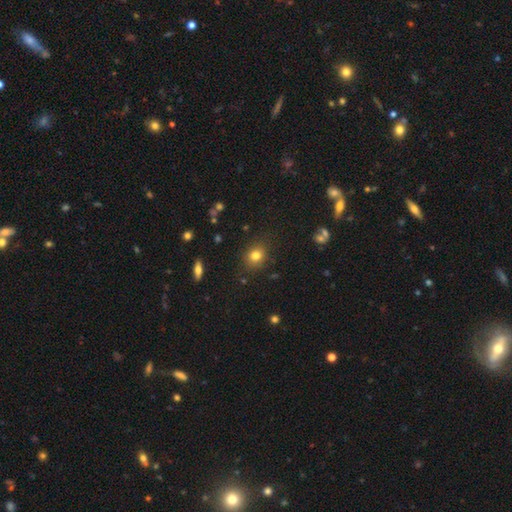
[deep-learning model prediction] Smooth or featured? Predicted: smooth (p=0.79). How rounded? Predicted: round (p=0.65). Merging? Predicted: none (p=0.85).